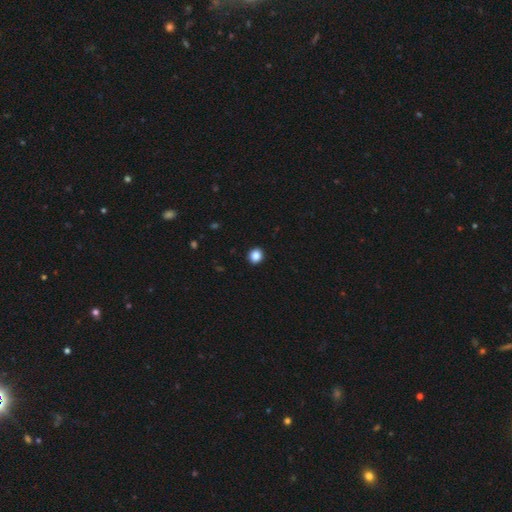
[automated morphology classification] smooth_or_featured: smooth (p=0.86) [alt: star or artifact p=0.10]
how_rounded: round (p=0.83) [alt: in between p=0.16]
merging: none (p=0.93) [alt: minor disturbance p=0.05]